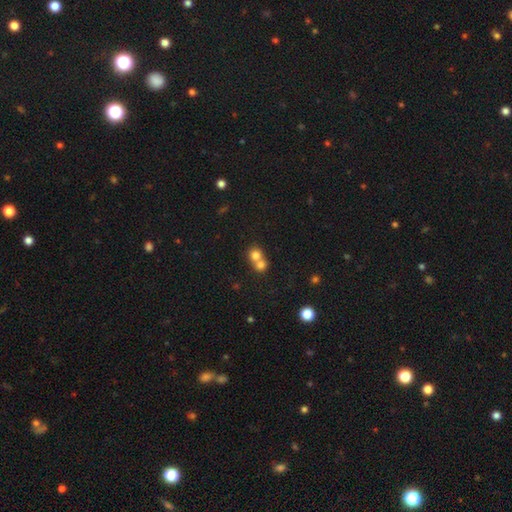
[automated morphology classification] The model was most divided on "merging": merger: 64%, none: 30%, minor disturbance: 4%, major disturbance: 2%. More confident: how rounded — round (83%); smooth or featured — smooth (76%).